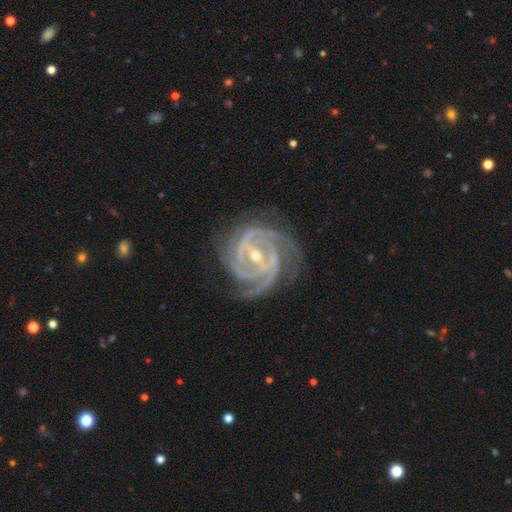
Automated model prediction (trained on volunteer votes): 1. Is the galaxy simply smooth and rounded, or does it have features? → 93% featured or disk, 4% star or artifact, 2% smooth.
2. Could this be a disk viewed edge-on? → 98% no, 2% yes.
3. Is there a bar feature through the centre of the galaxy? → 53% strong, 34% weak, 13% no.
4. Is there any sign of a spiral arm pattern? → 99% yes, 1% no.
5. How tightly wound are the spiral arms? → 70% tight, 26% medium, 3% loose.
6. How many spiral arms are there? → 41% 3, 28% 4, 12% 2, 8% can't tell, 6% more than 4, 5% 1.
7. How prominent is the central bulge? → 57% small, 40% moderate, 1% large, 1% none, 1% dominant.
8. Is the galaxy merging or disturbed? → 74% none, 17% minor disturbance, 7% major disturbance, 1% merger.